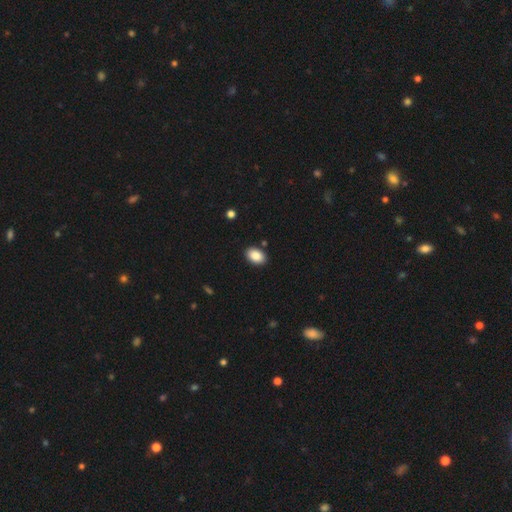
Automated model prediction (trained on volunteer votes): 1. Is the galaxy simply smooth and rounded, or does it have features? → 88% smooth, 7% star or artifact, 5% featured or disk.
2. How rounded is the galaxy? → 87% in between, 12% round, 1% cigar-shaped.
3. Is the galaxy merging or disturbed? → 88% none, 8% minor disturbance, 2% major disturbance, 2% merger.